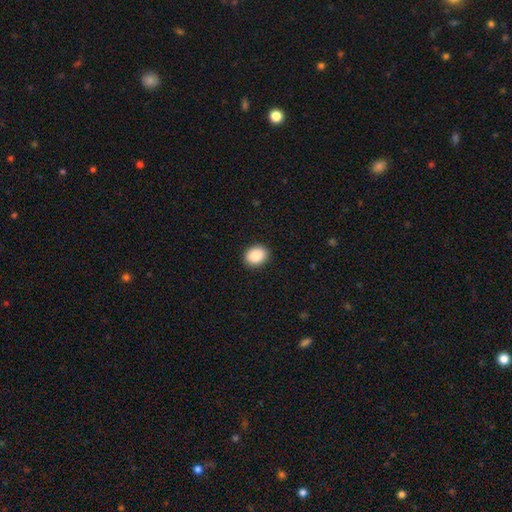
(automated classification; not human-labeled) This appears to be a smooth galaxy with no disk features (88%) that is round (50%). Merging: none (91%).